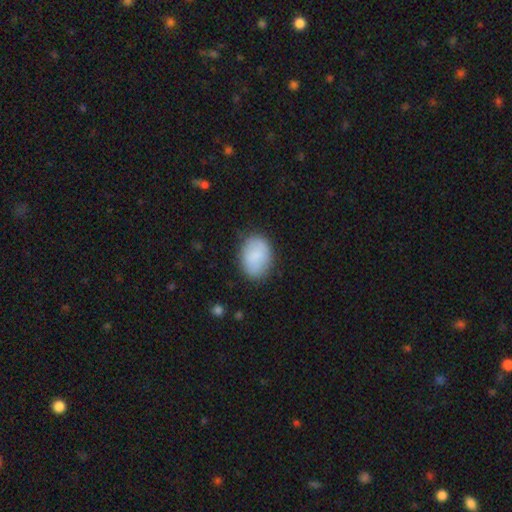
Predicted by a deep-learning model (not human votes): smooth_or_featured: smooth (p=0.82) [alt: featured or disk p=0.11]
how_rounded: in between (p=0.78) [alt: round p=0.21]
merging: none (p=0.79) [alt: minor disturbance p=0.16]